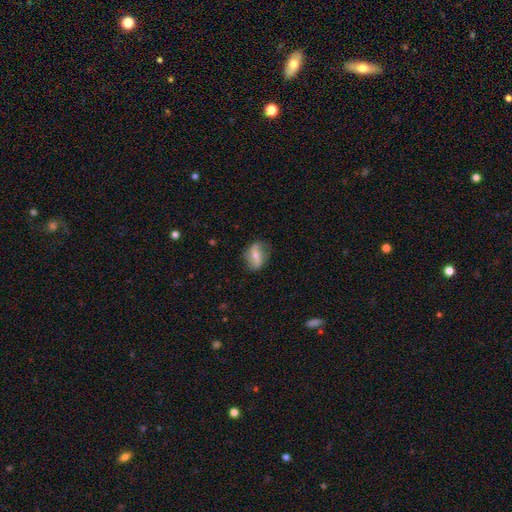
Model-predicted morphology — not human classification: type=featured or disk (53%); edge-on=no (87%); merging=none (74%).